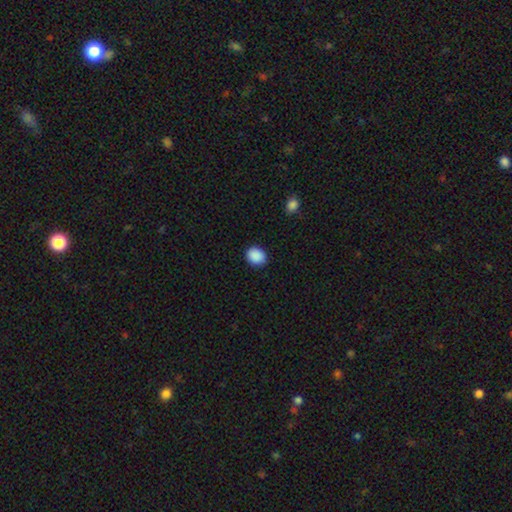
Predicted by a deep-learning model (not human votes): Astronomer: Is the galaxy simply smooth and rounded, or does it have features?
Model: smooth — 90%.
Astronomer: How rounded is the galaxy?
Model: round — 64%.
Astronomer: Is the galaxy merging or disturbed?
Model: none — 89%.